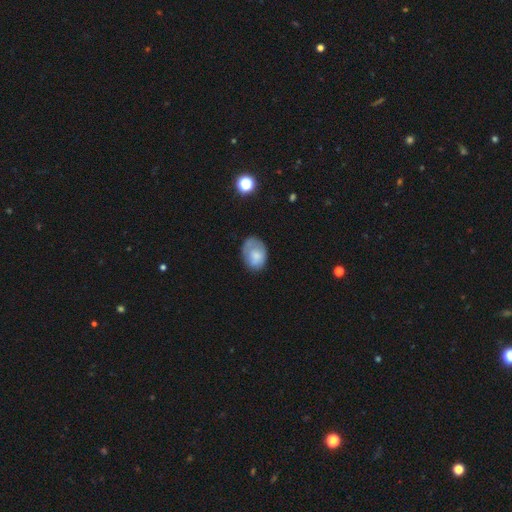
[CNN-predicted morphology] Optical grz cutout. It shows a smooth galaxy with no disk features (67%) that is in between round and cigar-shaped (76%). Merging: none (53%).